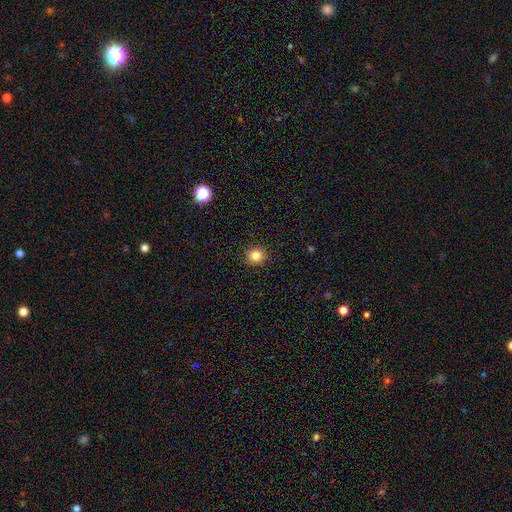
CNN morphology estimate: Overall: smooth (82%). How rounded: round (90%). Merging: none (92%).